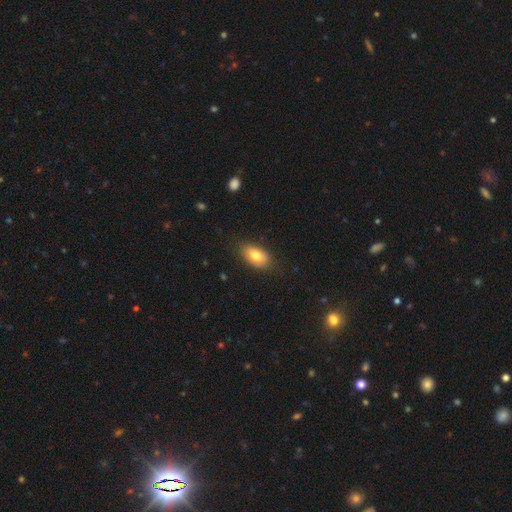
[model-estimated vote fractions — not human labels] Smooth or featured: smooth — 77% (featured or disk — 15%)
How rounded: in between — 91% (round — 7%)
Merging: none — 79% (minor disturbance — 17%)